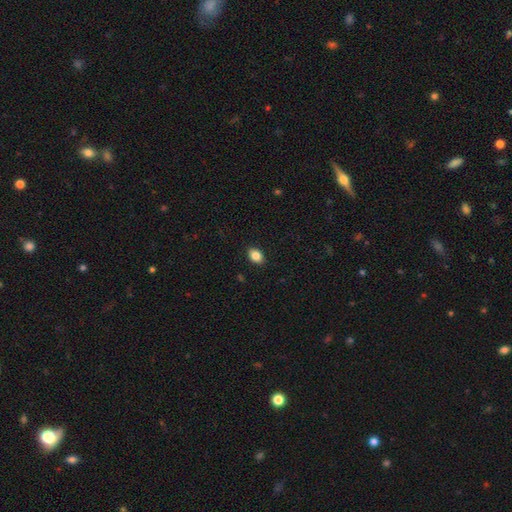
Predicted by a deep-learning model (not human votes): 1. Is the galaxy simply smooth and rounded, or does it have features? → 86% smooth, 9% star or artifact, 6% featured or disk.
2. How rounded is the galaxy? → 82% in between, 16% round, 1% cigar-shaped.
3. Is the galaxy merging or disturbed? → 89% none, 8% minor disturbance, 2% major disturbance, 1% merger.